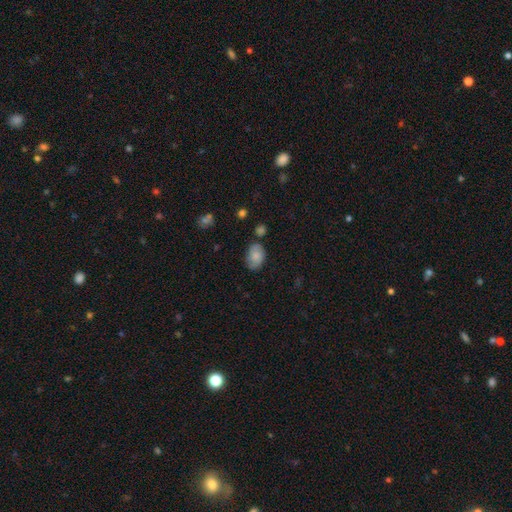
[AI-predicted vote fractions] This is likely a smooth galaxy (73%). How rounded: clearly in between (84%). Merging: likely none (62%).